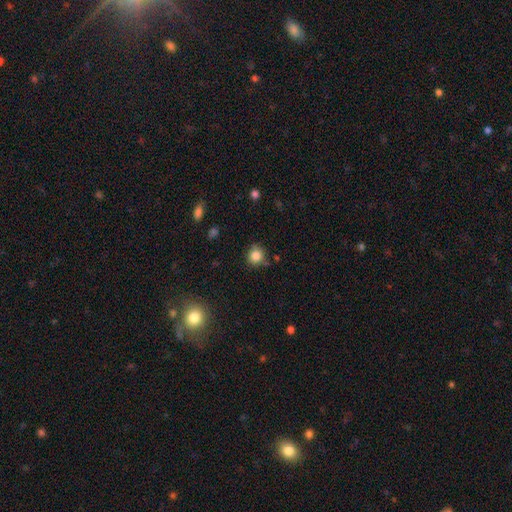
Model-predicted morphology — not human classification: Q: Smooth or featured?
A: smooth (84%); runner-up: star or artifact (11%)
Q: How rounded?
A: round (86%); runner-up: in between (13%)
Q: Merging?
A: none (76%); runner-up: minor disturbance (16%)